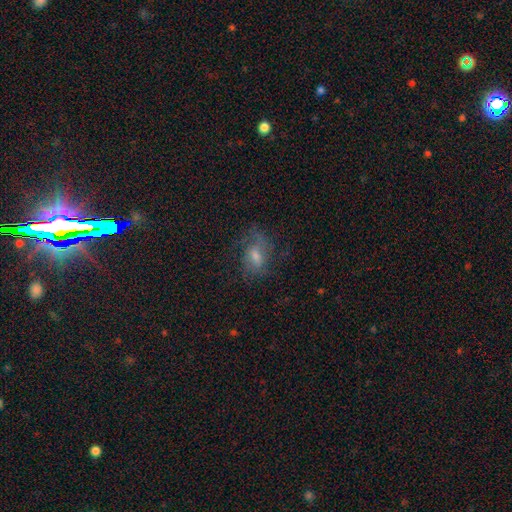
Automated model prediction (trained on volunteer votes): Q: Smooth or featured?
A: featured or disk (53%); runner-up: smooth (32%)
Q: Edge-on disk?
A: no (94%); runner-up: yes (6%)
Q: Bar?
A: no (47%); runner-up: weak (43%)
Q: Spiral arms?
A: yes (81%); runner-up: no (19%)
Q: Bulge size?
A: moderate (52%); runner-up: small (30%)
Q: Merging?
A: none (60%); runner-up: minor disturbance (21%)